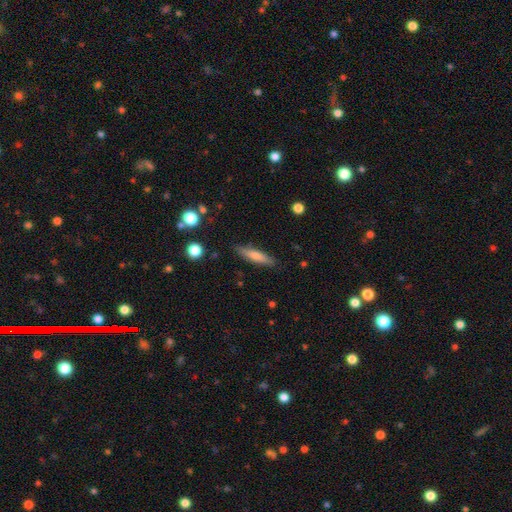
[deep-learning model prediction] This appears to be a smooth galaxy with no disk features (69%) that is cigar-shaped (81%). Merging: none (85%).